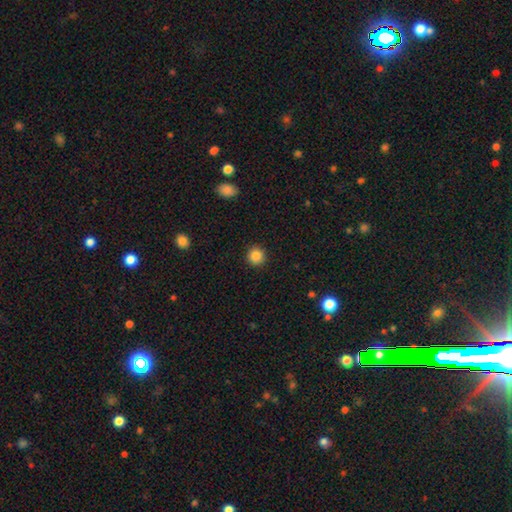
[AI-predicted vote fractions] Smooth or featured? Predicted: smooth (p=0.85). How rounded? Predicted: round (p=0.93). Merging? Predicted: none (p=0.92).